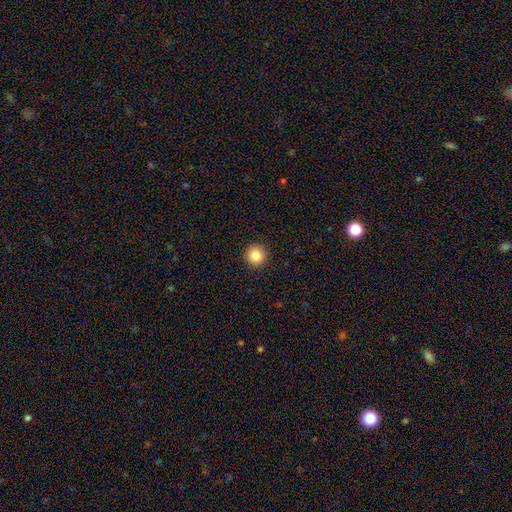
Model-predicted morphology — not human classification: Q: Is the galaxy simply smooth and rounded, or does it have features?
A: smooth — 85%.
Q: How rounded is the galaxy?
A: round — 96%.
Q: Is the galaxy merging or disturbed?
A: none — 93%.